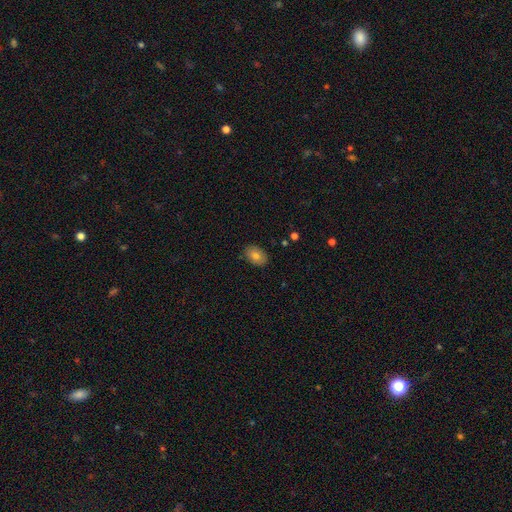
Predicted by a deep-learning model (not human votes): Smooth or featured: smooth — 78% (featured or disk — 14%)
How rounded: in between — 82% (round — 16%)
Merging: none — 86% (minor disturbance — 11%)